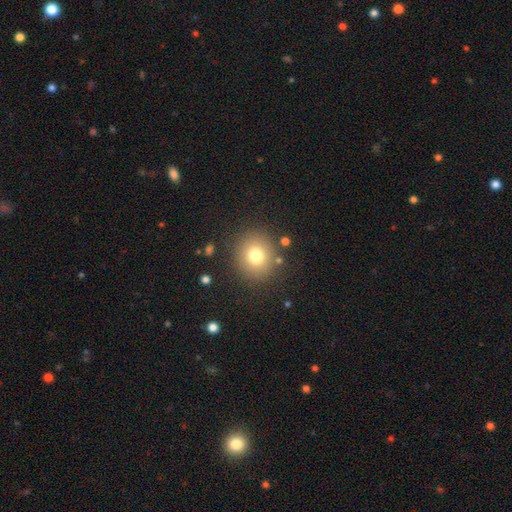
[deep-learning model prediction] A smooth galaxy with no disk features (75%) that is round (85%).

Vote fractions:
- Smooth or featured? smooth: 75% / star or artifact: 13% / featured or disk: 11%
- How rounded? round: 85% / in between: 14% / cigar-shaped: 1%
- Merging? none: 86% / minor disturbance: 8% / major disturbance: 4% / merger: 3%